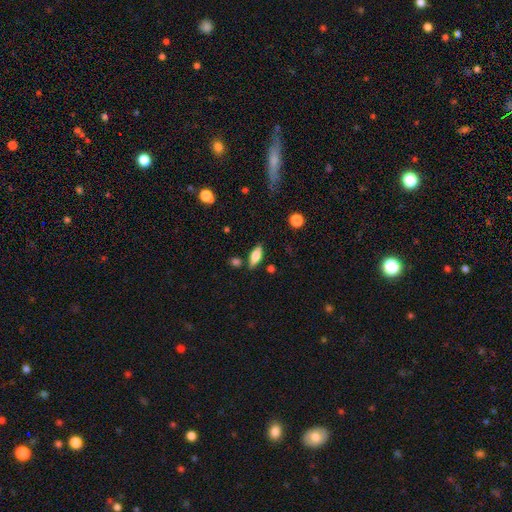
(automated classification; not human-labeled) Smooth or featured? Predicted: smooth (p=0.68). How rounded? Predicted: in between (p=0.72). Merging? Predicted: none (p=0.81).